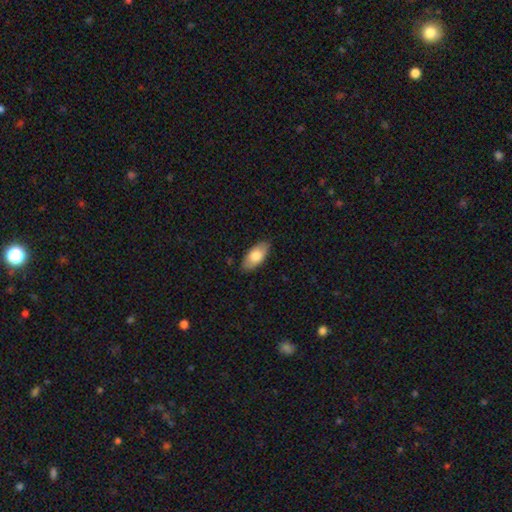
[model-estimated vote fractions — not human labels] Smooth or featured?
  - smooth: 77% *
  - featured or disk: 17%
  - star or artifact: 6%
How rounded?
  - in between: 91% *
  - cigar-shaped: 7%
  - round: 2%
Merging?
  - none: 86% *
  - minor disturbance: 11%
  - major disturbance: 2%
  - merger: 1%